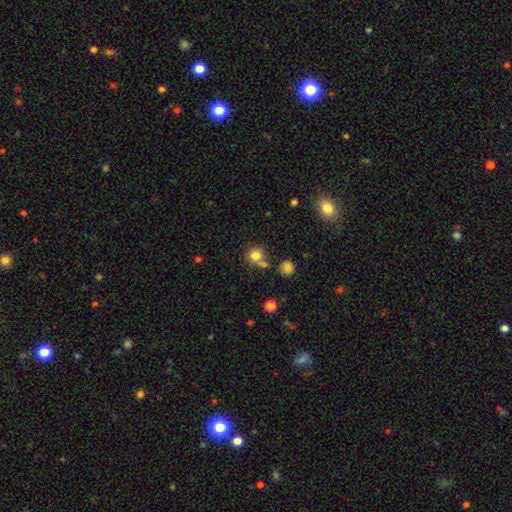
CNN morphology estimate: smooth_or_featured: smooth (p=0.79) [alt: star or artifact p=0.13]
how_rounded: round (p=0.88) [alt: in between p=0.11]
merging: none (p=0.62) [alt: merger p=0.22]